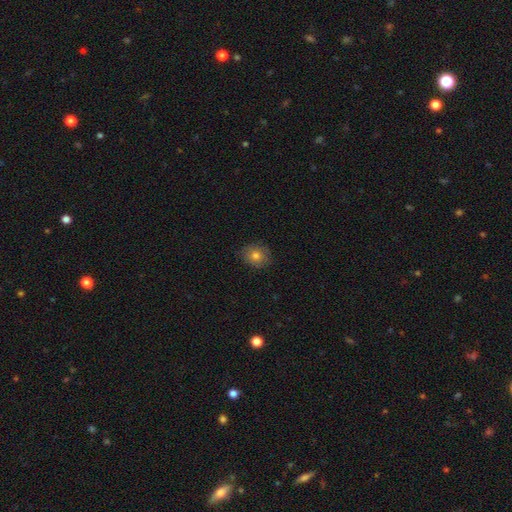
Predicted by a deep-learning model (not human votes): The model was most divided on "how rounded": round: 71%, in between: 28%, cigar-shaped: 1%. More confident: merging — none (86%); smooth or featured — smooth (79%).